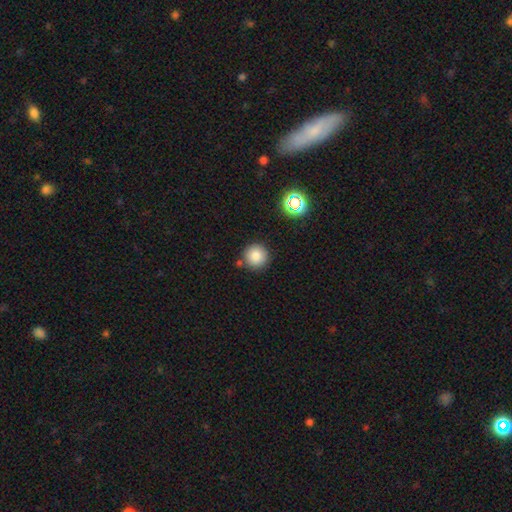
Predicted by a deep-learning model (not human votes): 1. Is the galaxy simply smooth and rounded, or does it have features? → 83% smooth, 11% star or artifact, 6% featured or disk.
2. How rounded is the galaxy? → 95% round, 4% in between, 1% cigar-shaped.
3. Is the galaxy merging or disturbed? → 84% none, 8% minor disturbance, 6% merger, 2% major disturbance.